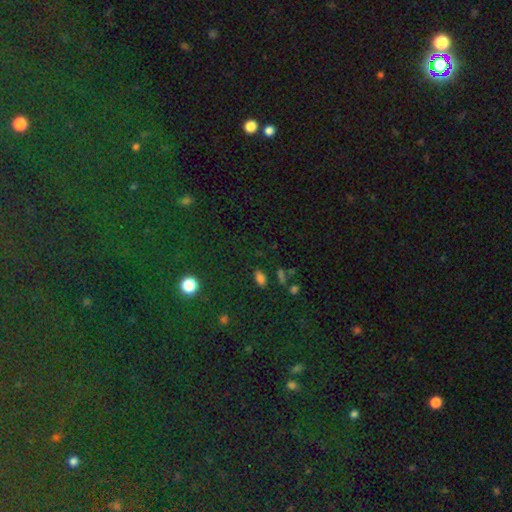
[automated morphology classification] Q: Smooth or featured?
A: star or artifact (72%); runner-up: smooth (20%)